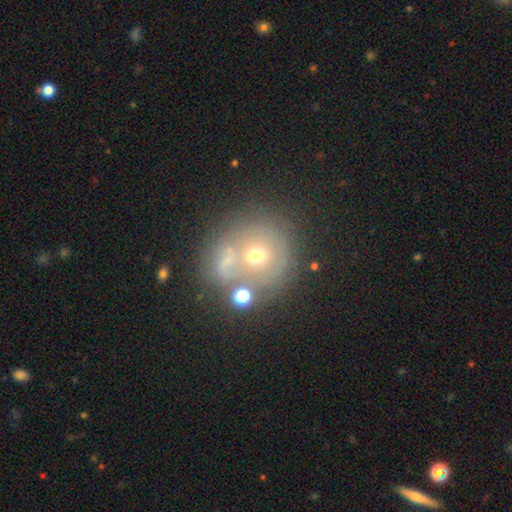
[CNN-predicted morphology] This appears to be a smooth galaxy with no disk features (41%). Merging: none (54%).